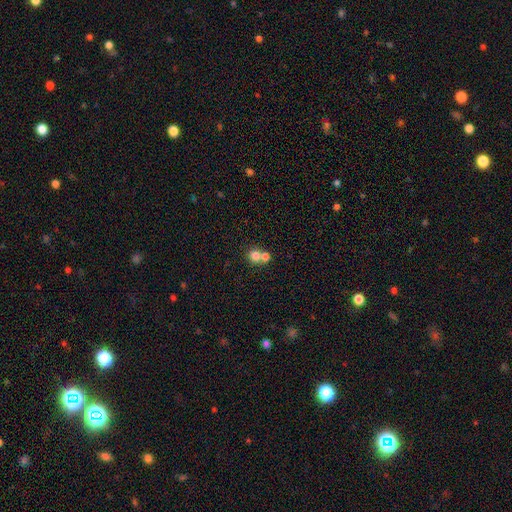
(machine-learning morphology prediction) Q: Smooth or featured?
A: smooth (77%); runner-up: star or artifact (12%)
Q: How rounded?
A: round (84%); runner-up: in between (15%)
Q: Merging?
A: merger (50%); runner-up: none (42%)